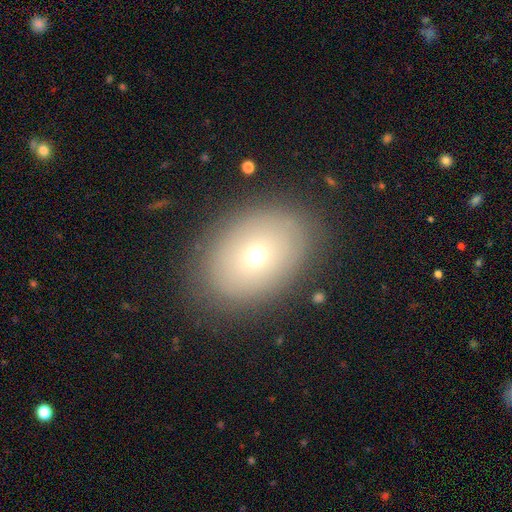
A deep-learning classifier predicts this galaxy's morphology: A smooth galaxy with no disk features (66%) that is in between round and cigar-shaped (70%).

Vote fractions:
- Smooth or featured? smooth: 66% / featured or disk: 21% / star or artifact: 13%
- How rounded? in between: 70% / round: 29% / cigar-shaped: 1%
- Merging? none: 84% / minor disturbance: 11% / major disturbance: 4% / merger: 1%